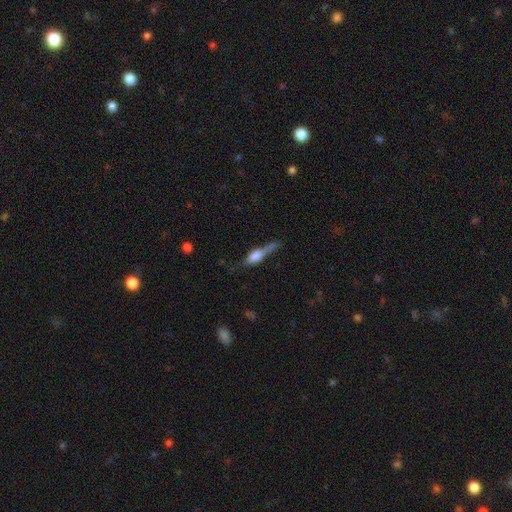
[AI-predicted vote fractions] smooth_or_featured: smooth (p=0.51) [alt: featured or disk p=0.40]
how_rounded: cigar-shaped (p=0.52) [alt: in between p=0.42]
merging: none (p=0.38) [alt: minor disturbance p=0.29]